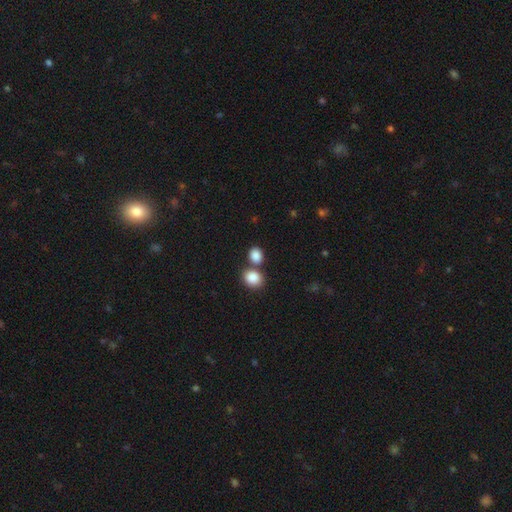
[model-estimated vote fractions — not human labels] This appears to be a smooth galaxy with no disk features (87%) that is round (55%). Merging: none (50%).